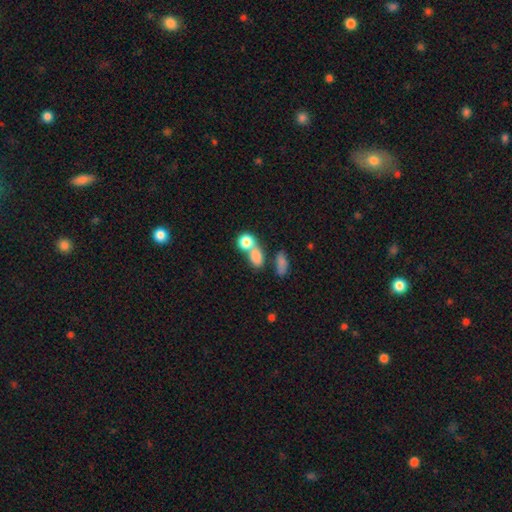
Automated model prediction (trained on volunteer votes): Q: Smooth or featured?
A: smooth (79%); runner-up: star or artifact (11%)
Q: How rounded?
A: in between (49%); runner-up: round (48%)
Q: Merging?
A: merger (49%); runner-up: none (37%)